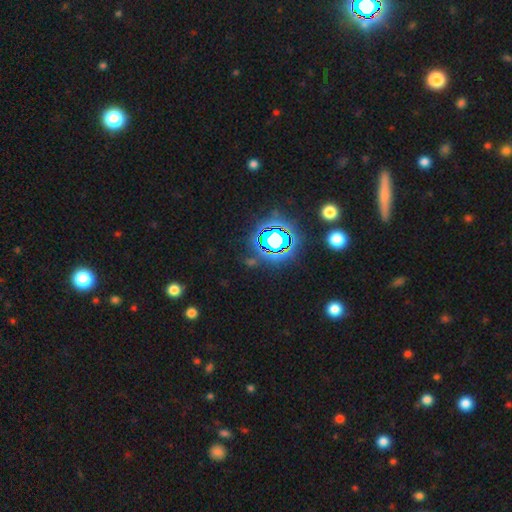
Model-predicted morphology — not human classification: Q: Smooth or featured?
A: star or artifact (79%); runner-up: smooth (13%)